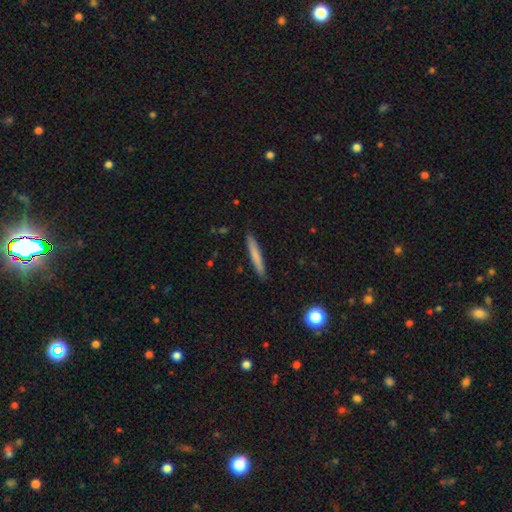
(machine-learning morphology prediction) The model was most divided on "smooth or featured": smooth: 72%, featured or disk: 22%, star or artifact: 6%. More confident: how rounded — cigar-shaped (95%); merging — none (90%).